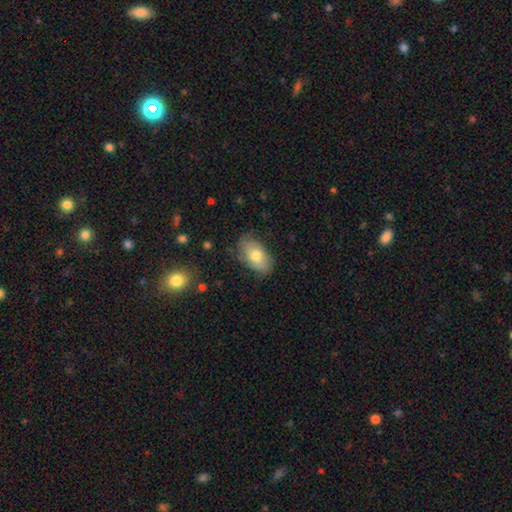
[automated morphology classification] This appears to be a smooth galaxy with no disk features (66%) that is in between round and cigar-shaped (92%). Merging: none (70%).